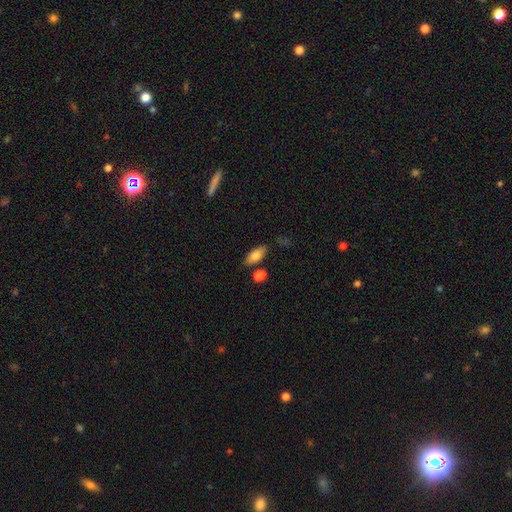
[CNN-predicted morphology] smooth_or_featured: smooth (p=0.75) [alt: featured or disk p=0.18]
how_rounded: in between (p=0.84) [alt: cigar-shaped p=0.13]
merging: none (p=0.74) [alt: minor disturbance p=0.13]